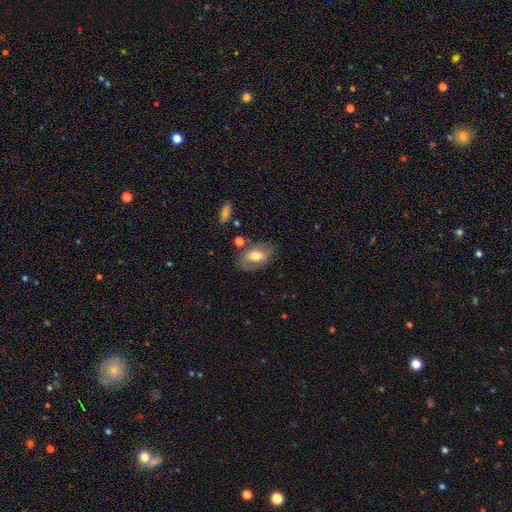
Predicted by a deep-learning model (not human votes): Smooth or featured? Predicted: smooth (p=0.60). How rounded? Predicted: in between (p=0.84). Merging? Predicted: none (p=0.67).